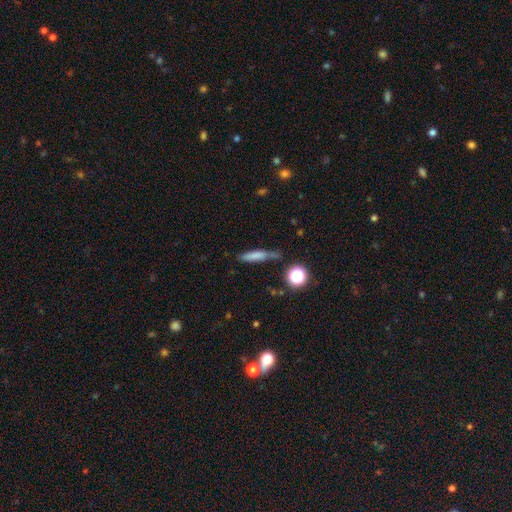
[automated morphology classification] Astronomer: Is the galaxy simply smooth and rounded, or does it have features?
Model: smooth — 70%.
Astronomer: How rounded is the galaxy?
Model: cigar-shaped — 78%.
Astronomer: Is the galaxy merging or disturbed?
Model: none — 65%.